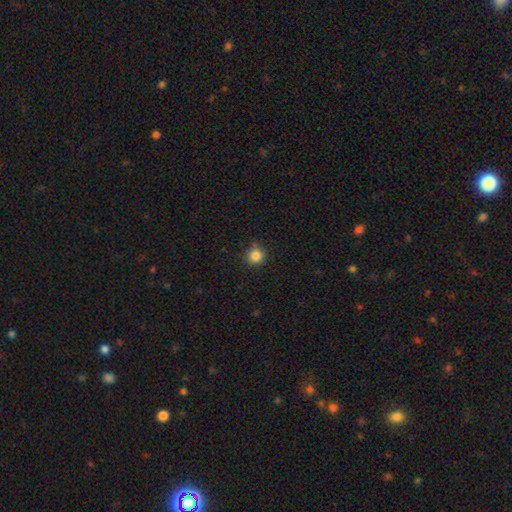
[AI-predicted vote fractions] This appears to be a smooth galaxy with no disk features (84%) that is round (92%). Merging: none (83%).